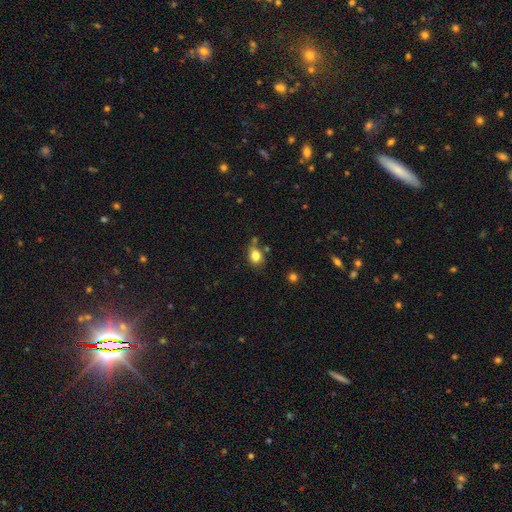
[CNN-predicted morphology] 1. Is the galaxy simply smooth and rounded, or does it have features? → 82% smooth, 11% star or artifact, 7% featured or disk.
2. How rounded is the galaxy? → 59% in between, 40% round, 1% cigar-shaped.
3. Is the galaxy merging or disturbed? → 64% none, 20% minor disturbance, 12% merger, 5% major disturbance.